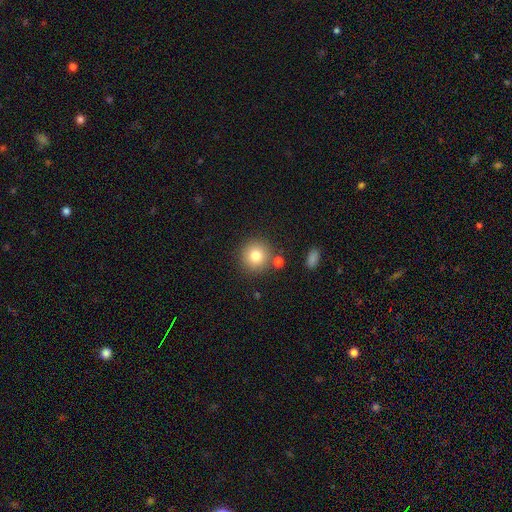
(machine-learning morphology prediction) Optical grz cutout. It shows a smooth galaxy with no disk features (80%) that is round (93%). Merging: none (81%).